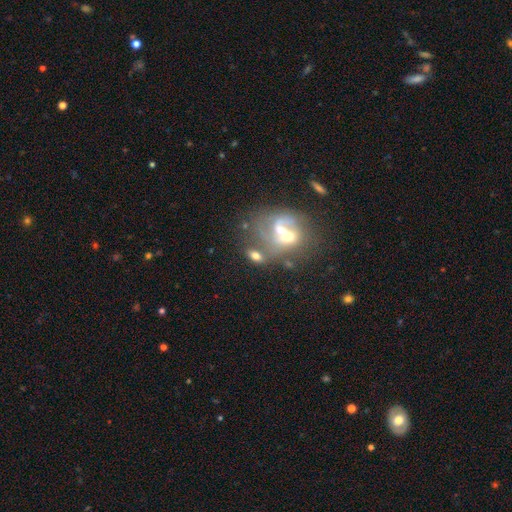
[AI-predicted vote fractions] The model was most divided on "smooth or featured": smooth: 53%, featured or disk: 35%, star or artifact: 12%. Remaining: how rounded — in between (77%); merging — merger (49%).